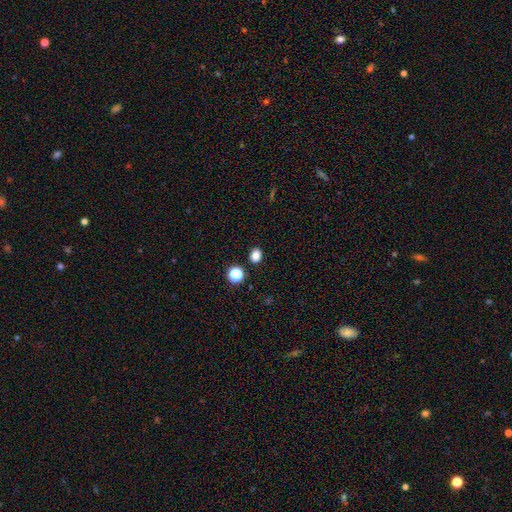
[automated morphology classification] smooth 82%, star or artifact 14%, featured or disk 4%. Down the decision tree: how rounded — in between (54%); merging — none (87%).